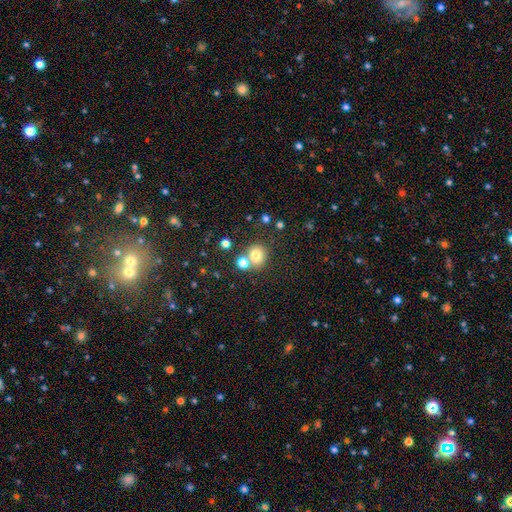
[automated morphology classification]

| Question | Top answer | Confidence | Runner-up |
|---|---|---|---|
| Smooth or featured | smooth | 77% | star or artifact (13%) |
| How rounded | round | 81% | in between (18%) |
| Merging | none | 62% | merger (26%) |